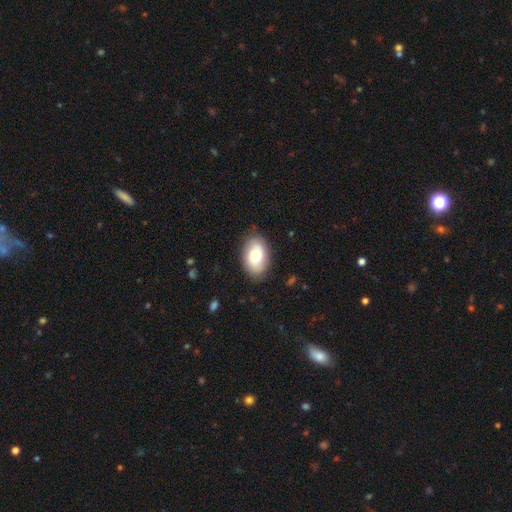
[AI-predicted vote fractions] Morphology: type=smooth (76%); roundness=in between (91%); merging=none (83%).